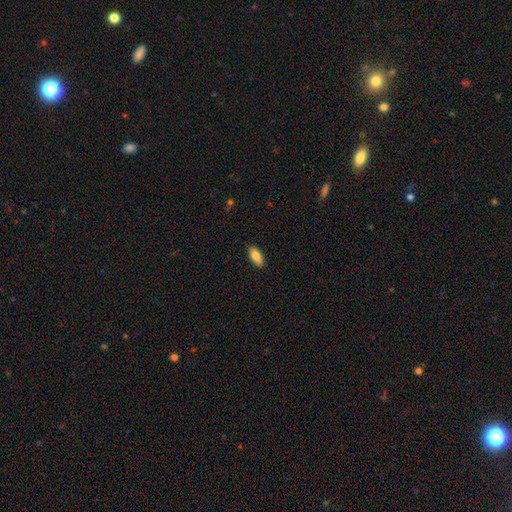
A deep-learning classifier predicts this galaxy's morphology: A smooth galaxy with no disk features (82%) that is in between round and cigar-shaped (87%). Merging: none (89%).